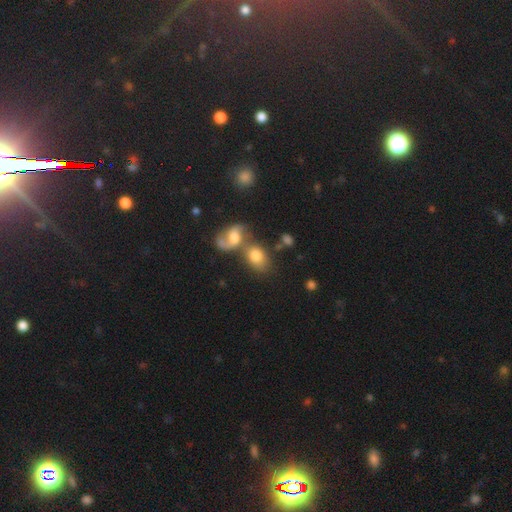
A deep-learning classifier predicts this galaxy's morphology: Smooth or featured? smooth (67%)
How rounded? in between (74%)
Merging? merger (49%)